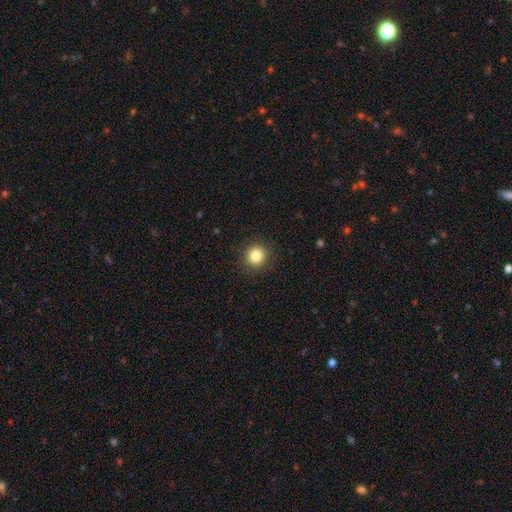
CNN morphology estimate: The model was most divided on "smooth or featured": smooth: 84%, star or artifact: 11%, featured or disk: 5%. More confident: how rounded — round (92%); merging — none (91%).